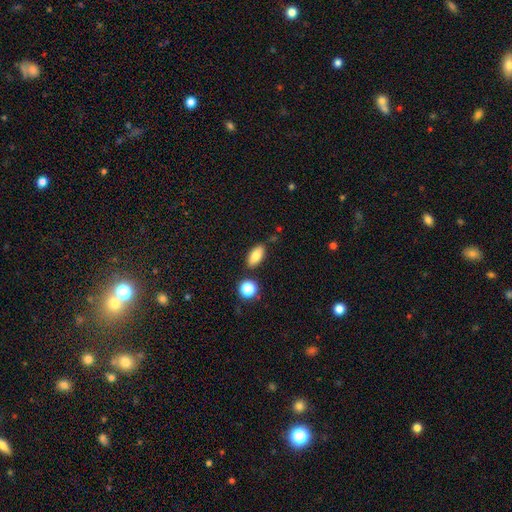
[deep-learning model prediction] Morphology: type=smooth (82%); roundness=in between (86%); merging=none (80%).